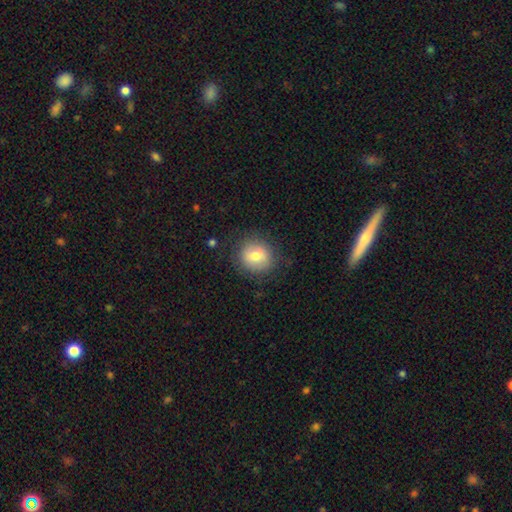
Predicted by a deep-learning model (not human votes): Q: Smooth or featured?
A: smooth (72%); runner-up: featured or disk (19%)
Q: How rounded?
A: round (83%); runner-up: in between (16%)
Q: Merging?
A: none (84%); runner-up: minor disturbance (11%)